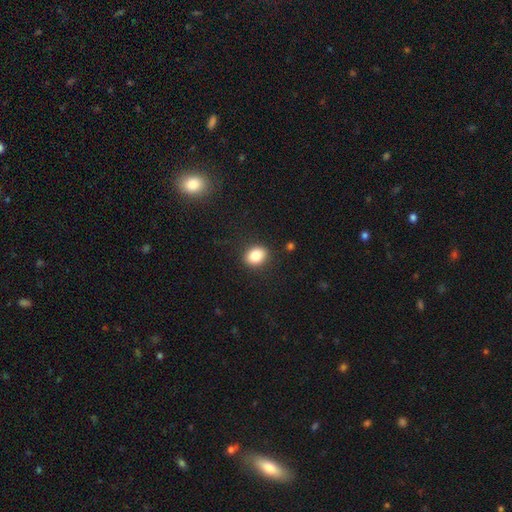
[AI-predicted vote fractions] smooth-or-featured: smooth: 84% | star or artifact: 9% | featured or disk: 6%
  how-rounded: in between: 54% | round: 45% | cigar-shaped: 1%
  merging: none: 88% | minor disturbance: 8% | major disturbance: 3% | merger: 1%